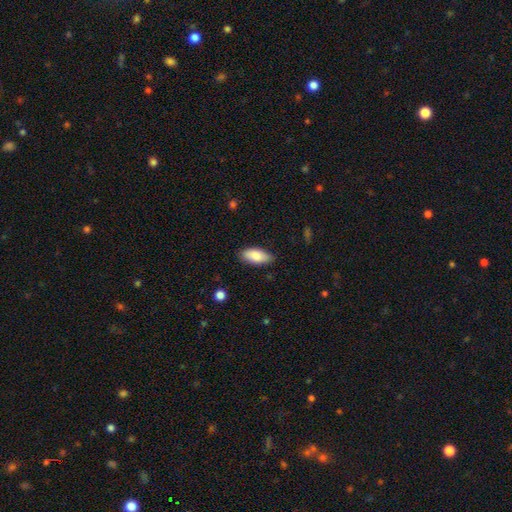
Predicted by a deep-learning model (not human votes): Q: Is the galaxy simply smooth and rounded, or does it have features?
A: smooth — 85%.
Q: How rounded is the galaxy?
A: in between — 88%.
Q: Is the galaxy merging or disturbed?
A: none — 83%.